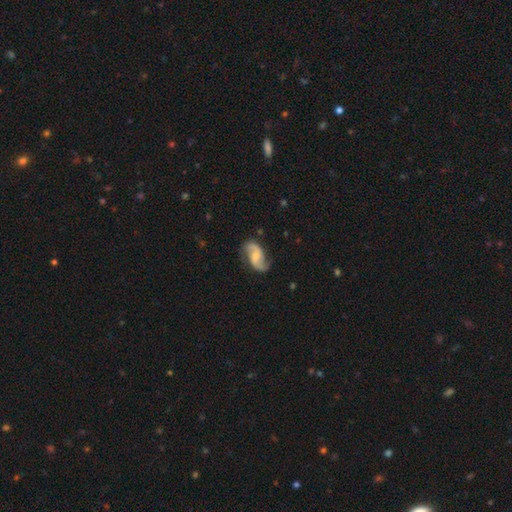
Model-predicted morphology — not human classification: A featured or disk galaxy (81%) with no bar (46%), 2 (92%) loose (55%) spiral arms (96%) and a small central bulge (44%).

Vote fractions:
- Smooth or featured? featured or disk: 81% / smooth: 14% / star or artifact: 5%
- Edge-on disk? no: 97% / yes: 3%
- Bar? no: 46% / weak: 42% / strong: 12%
- Spiral arms? yes: 96% / no: 4%
- Spiral winding? loose: 55% / medium: 35% / tight: 10%
- Spiral arm count? 2: 92% / can't tell: 3% / 1: 2% / 3: 1% / 4: 1% / more than 4: 1%
- Bulge size? small: 44% / moderate: 40% / none: 11% / large: 4% / dominant: 1%
- Merging? none: 77% / minor disturbance: 16% / major disturbance: 5% / merger: 2%